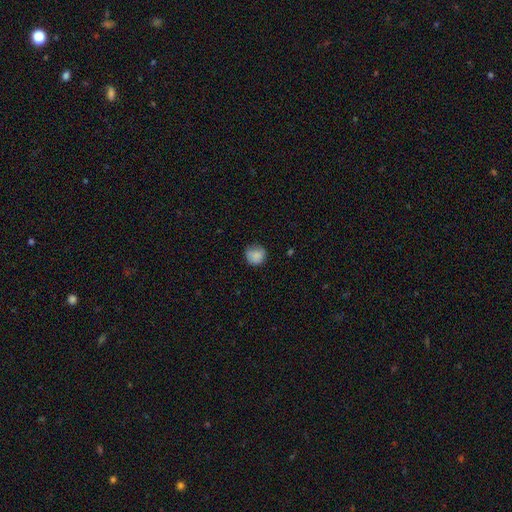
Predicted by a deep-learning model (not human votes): Smooth or featured: smooth — 83% (featured or disk — 9%)
How rounded: round — 88% (in between — 12%)
Merging: none — 73% (minor disturbance — 21%)